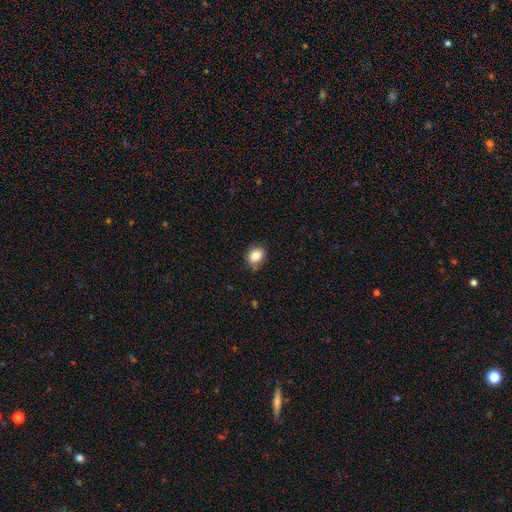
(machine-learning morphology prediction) Overall: smooth (84%). How rounded: round (52%; in between 47%). Merging: none (79%).